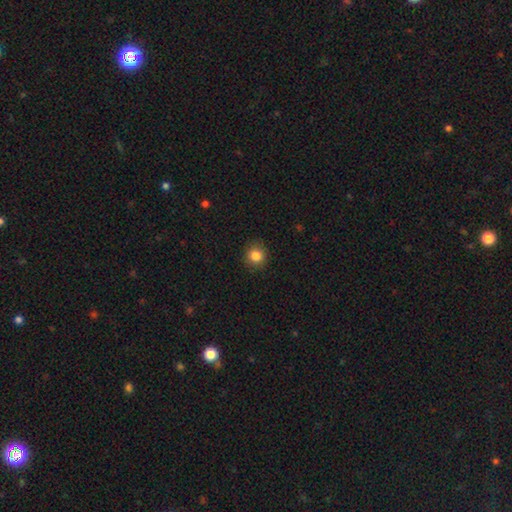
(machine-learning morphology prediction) Q: Smooth or featured?
A: smooth (85%); runner-up: star or artifact (10%)
Q: How rounded?
A: round (89%); runner-up: in between (10%)
Q: Merging?
A: none (90%); runner-up: minor disturbance (7%)